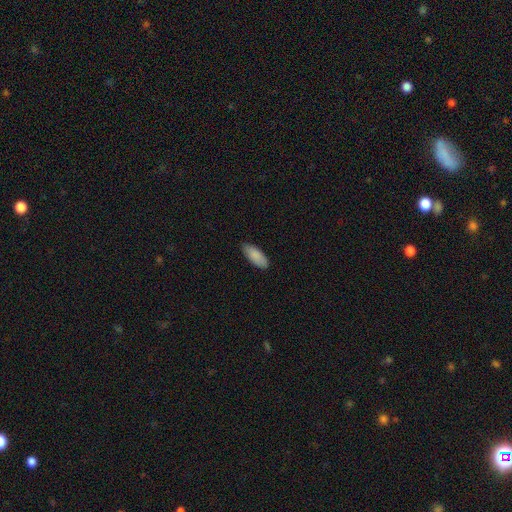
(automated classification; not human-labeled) Q: Smooth or featured?
A: smooth (88%); runner-up: star or artifact (6%)
Q: How rounded?
A: in between (82%); runner-up: cigar-shaped (16%)
Q: Merging?
A: none (82%); runner-up: minor disturbance (15%)